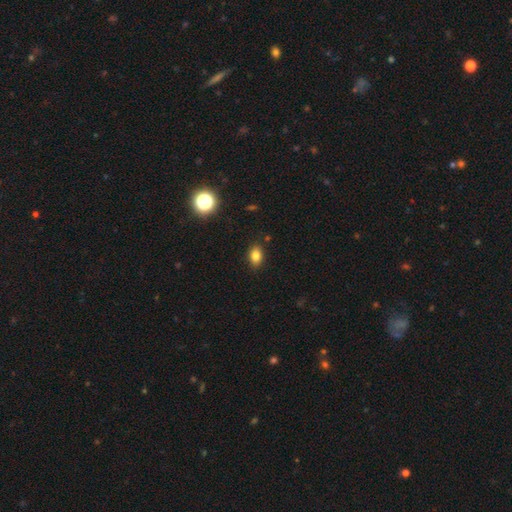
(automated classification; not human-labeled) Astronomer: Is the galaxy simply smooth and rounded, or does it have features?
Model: smooth — 81%.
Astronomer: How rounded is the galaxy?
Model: in between — 80%.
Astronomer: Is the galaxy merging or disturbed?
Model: none — 87%.